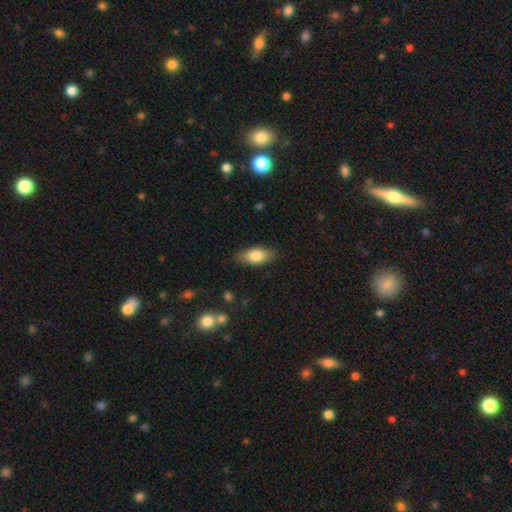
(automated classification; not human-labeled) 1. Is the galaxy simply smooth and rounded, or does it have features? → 79% smooth, 15% featured or disk, 6% star or artifact.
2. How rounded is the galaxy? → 86% in between, 11% cigar-shaped, 3% round.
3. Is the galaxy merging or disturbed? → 86% none, 11% minor disturbance, 2% major disturbance, 1% merger.